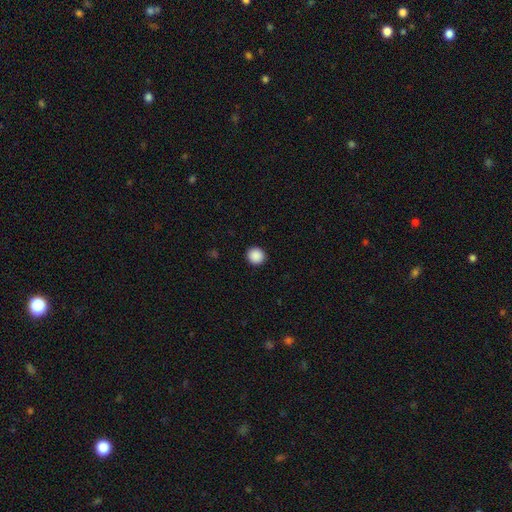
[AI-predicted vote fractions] The model was most divided on "smooth or featured": smooth: 89%, star or artifact: 9%, featured or disk: 2%. More confident: merging — none (93%); how rounded — round (92%).